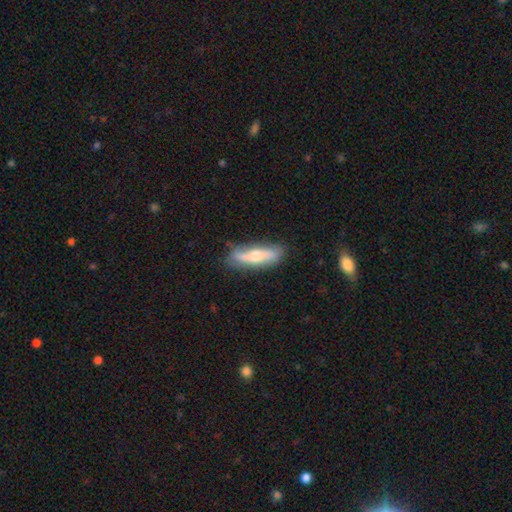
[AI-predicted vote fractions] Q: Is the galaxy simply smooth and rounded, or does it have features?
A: smooth — 49%.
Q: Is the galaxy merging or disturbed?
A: none — 76%.